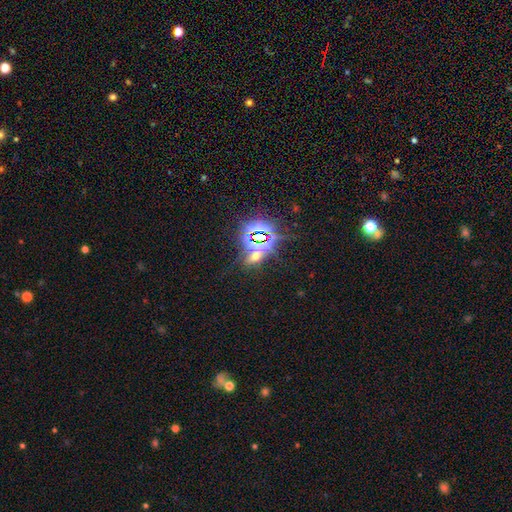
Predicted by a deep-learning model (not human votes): smooth-or-featured: star or artifact: 63% | smooth: 27% | featured or disk: 10%